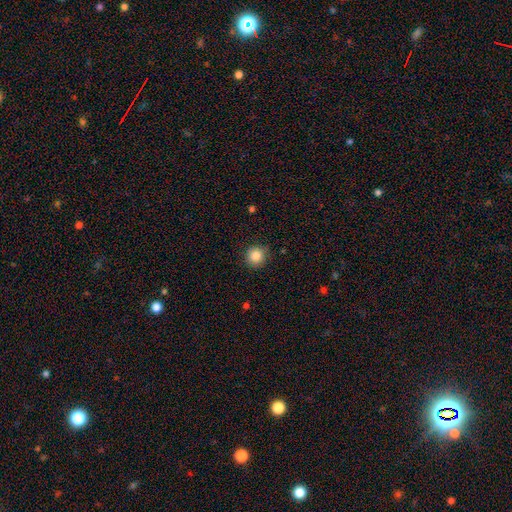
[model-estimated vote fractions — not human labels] Smooth or featured: smooth — 86% (star or artifact — 10%)
How rounded: round — 94% (in between — 5%)
Merging: none — 88% (minor disturbance — 9%)